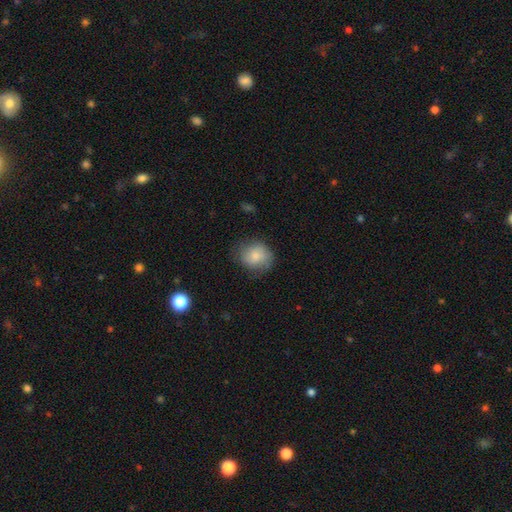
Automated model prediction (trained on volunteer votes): Smooth or featured? Predicted: smooth (p=0.78). How rounded? Predicted: round (p=0.76). Merging? Predicted: none (p=0.71).